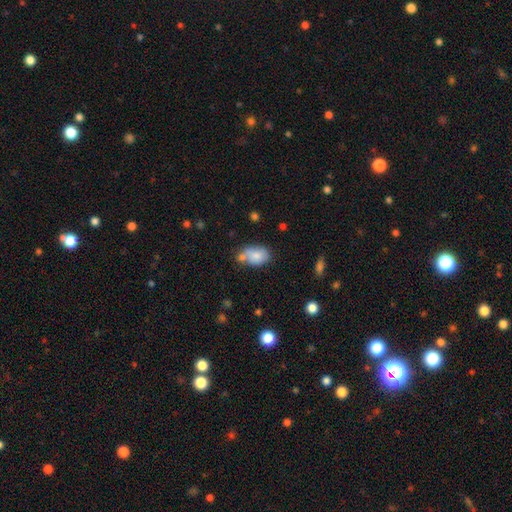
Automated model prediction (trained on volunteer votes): smooth-or-featured: smooth: 77% | featured or disk: 15% | star or artifact: 8%
  how-rounded: in between: 84% | round: 15% | cigar-shaped: 1%
  merging: none: 44% | merger: 28% | minor disturbance: 21% | major disturbance: 7%